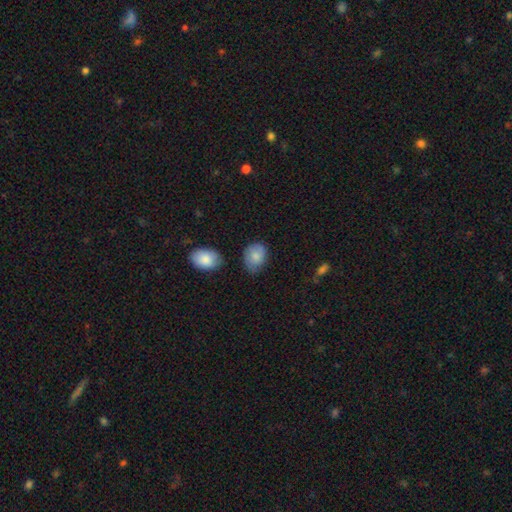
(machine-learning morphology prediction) Smooth or featured: smooth — 82% (featured or disk — 11%)
How rounded: in between — 62% (round — 37%)
Merging: none — 56% (minor disturbance — 33%)